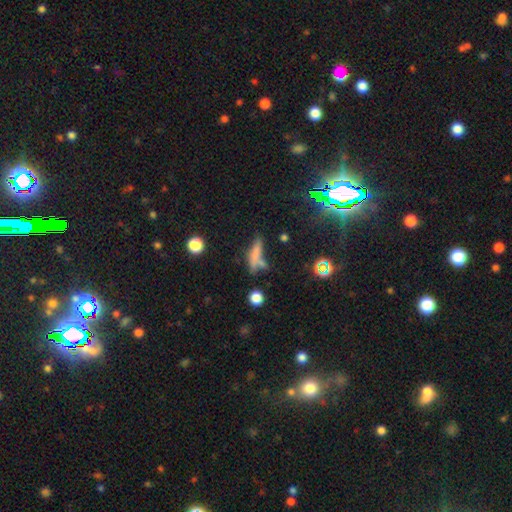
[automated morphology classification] Smooth or featured? smooth (65%)
How rounded? cigar-shaped (71%)
Merging? none (50%)